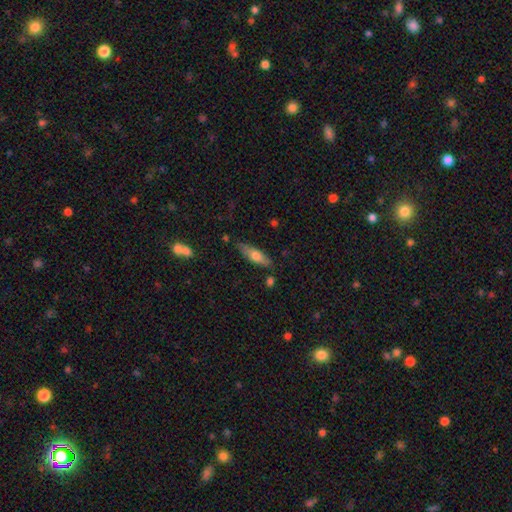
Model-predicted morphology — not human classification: Smooth or featured: smooth — 64% (featured or disk — 30%)
How rounded: in between — 50% (cigar-shaped — 48%)
Merging: none — 77% (minor disturbance — 16%)